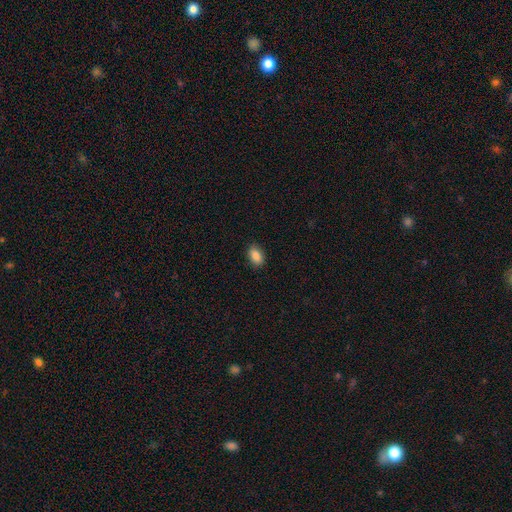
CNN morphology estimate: Smooth or featured? Predicted: smooth (p=0.88). How rounded? Predicted: in between (p=0.90). Merging? Predicted: none (p=0.88).